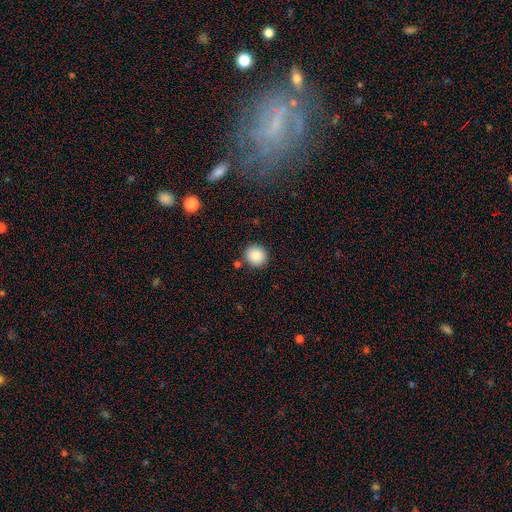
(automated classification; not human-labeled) Overall: smooth (88%). How rounded: round (90%). Merging: none (87%).